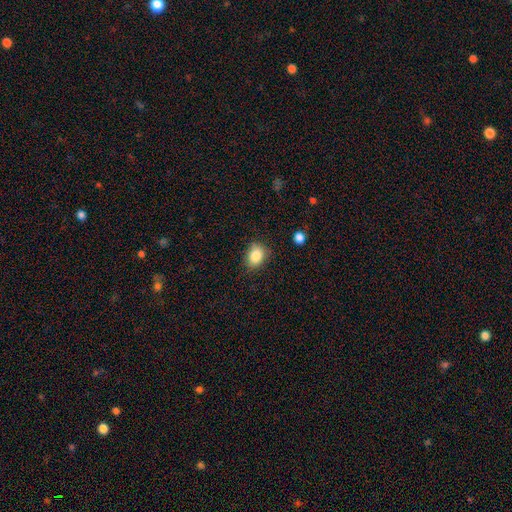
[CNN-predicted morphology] smooth 85%, star or artifact 9%, featured or disk 6%. Down the decision tree: how rounded — in between (64%); merging — none (78%).